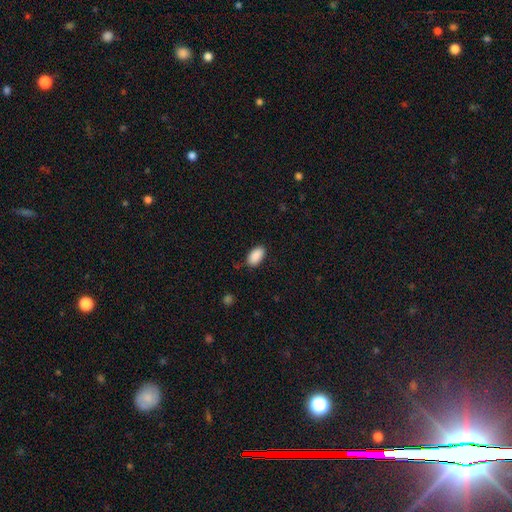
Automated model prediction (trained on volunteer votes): This appears to be a smooth galaxy with no disk features (90%) that is in between round and cigar-shaped (95%). Merging: none (83%).